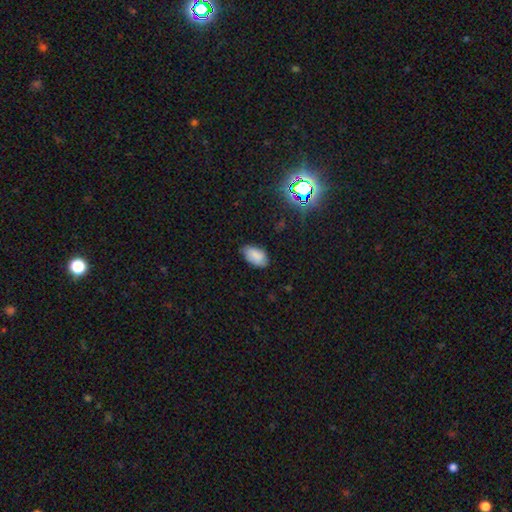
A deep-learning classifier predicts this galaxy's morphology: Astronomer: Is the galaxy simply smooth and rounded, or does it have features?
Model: smooth — 81%.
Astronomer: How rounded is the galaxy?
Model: in between — 94%.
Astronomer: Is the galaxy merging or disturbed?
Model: none — 74%.